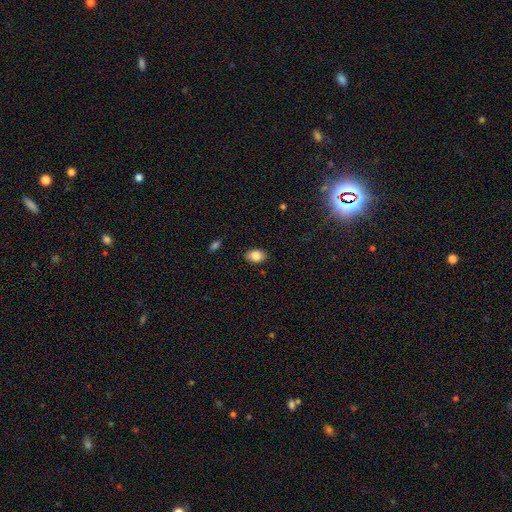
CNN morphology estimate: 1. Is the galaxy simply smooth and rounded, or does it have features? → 84% smooth, 8% featured or disk, 8% star or artifact.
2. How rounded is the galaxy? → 85% in between, 14% round, 1% cigar-shaped.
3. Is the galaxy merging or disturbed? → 86% none, 10% minor disturbance, 2% major disturbance, 1% merger.